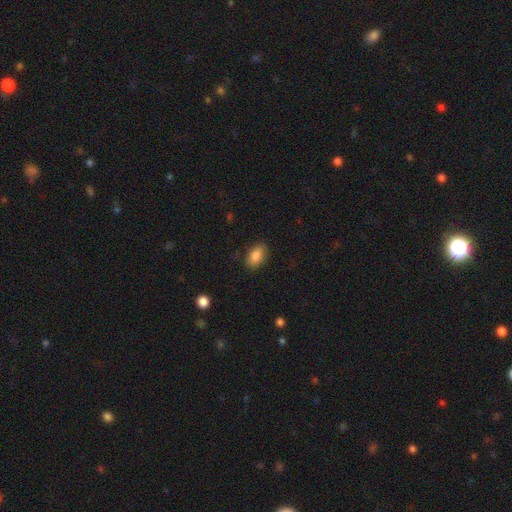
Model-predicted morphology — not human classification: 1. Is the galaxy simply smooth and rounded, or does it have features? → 85% smooth, 8% star or artifact, 7% featured or disk.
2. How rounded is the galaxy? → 90% in between, 8% round, 3% cigar-shaped.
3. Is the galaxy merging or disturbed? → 83% none, 13% minor disturbance, 3% major disturbance, 1% merger.